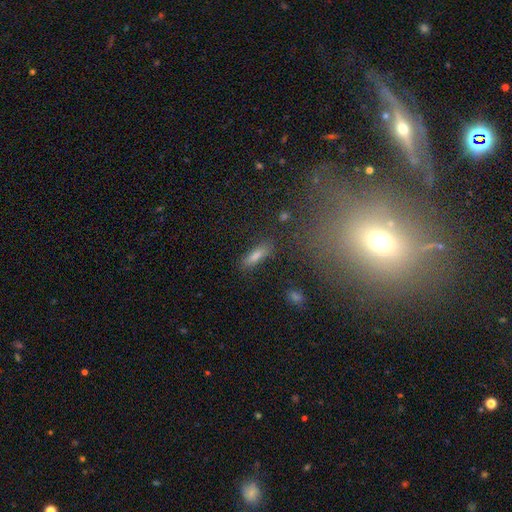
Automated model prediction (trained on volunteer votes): This appears to be a smooth galaxy with no disk features (72%) that is cigar-shaped (54%). Merging: none (83%).